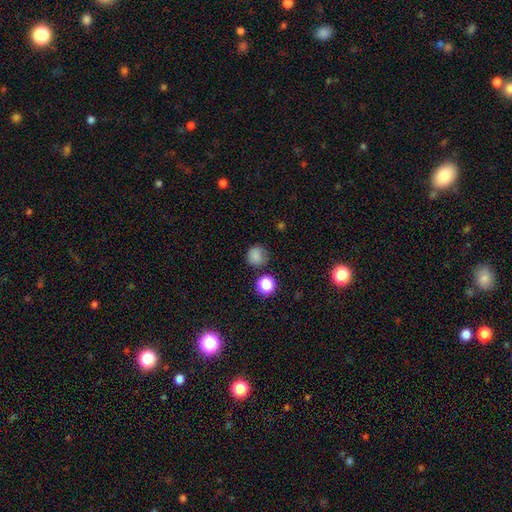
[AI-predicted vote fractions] Overall: smooth (79%). How rounded: round (88%). Merging: none (73%).